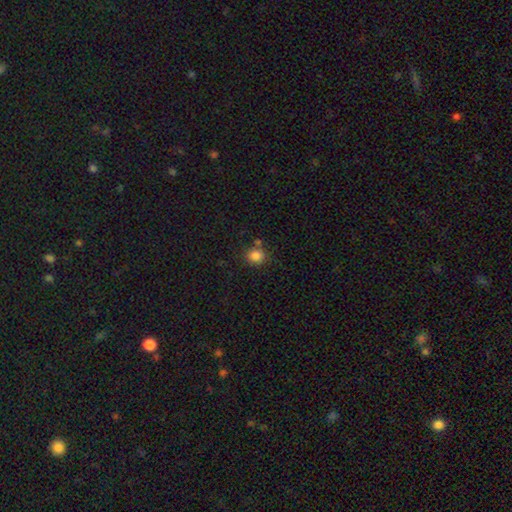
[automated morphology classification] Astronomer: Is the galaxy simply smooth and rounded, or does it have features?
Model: smooth — 84%.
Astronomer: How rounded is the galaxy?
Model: round — 77%.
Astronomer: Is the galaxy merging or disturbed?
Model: none — 73%.